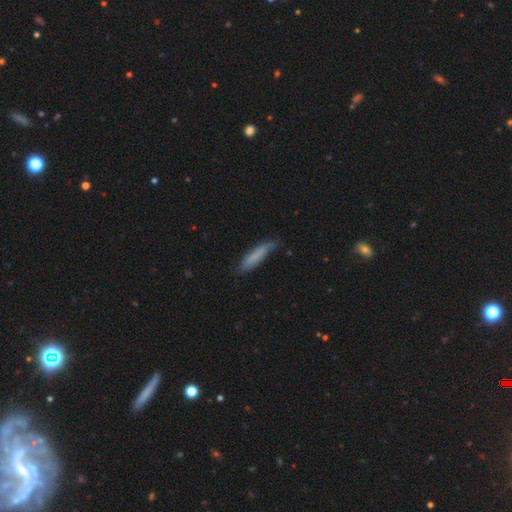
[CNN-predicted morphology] Smooth or featured? Predicted: smooth (p=0.72). How rounded? Predicted: cigar-shaped (p=0.86). Merging? Predicted: none (p=0.66).